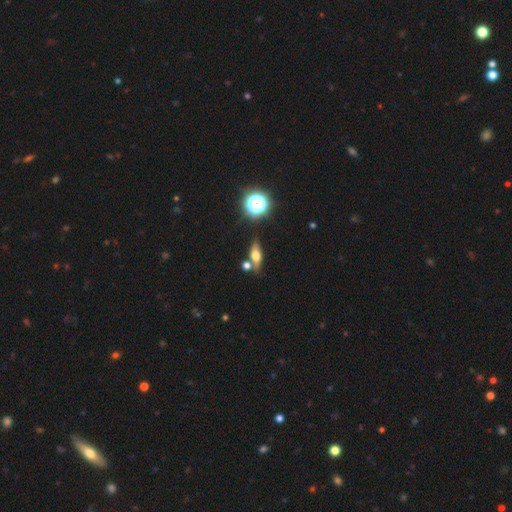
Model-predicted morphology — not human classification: smooth_or_featured: smooth (p=0.52) [alt: featured or disk p=0.33]
how_rounded: in between (p=0.54) [alt: cigar-shaped p=0.32]
merging: none (p=0.68) [alt: minor disturbance p=0.14]